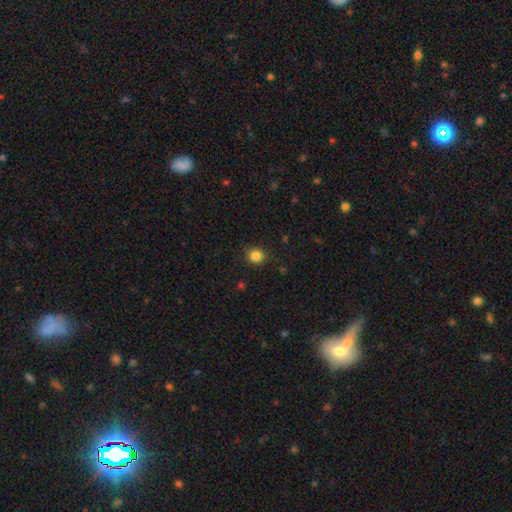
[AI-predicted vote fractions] The model was most divided on "smooth or featured": smooth: 85%, star or artifact: 11%, featured or disk: 4%. More confident: how rounded — round (88%); merging — none (88%).